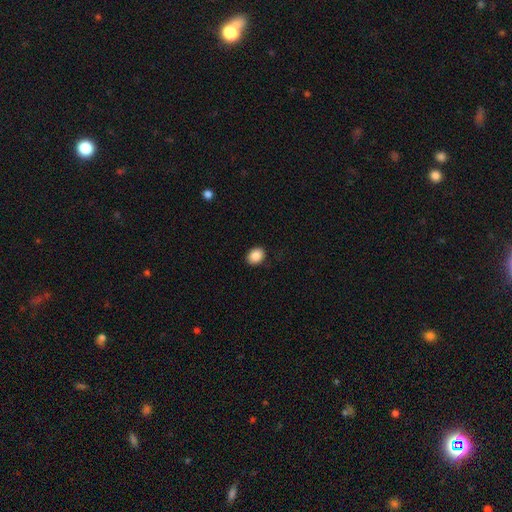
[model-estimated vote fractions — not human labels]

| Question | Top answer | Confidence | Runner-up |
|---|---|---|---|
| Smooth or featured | smooth | 88% | star or artifact (8%) |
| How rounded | in between | 51% | round (48%) |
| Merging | none | 89% | minor disturbance (8%) |